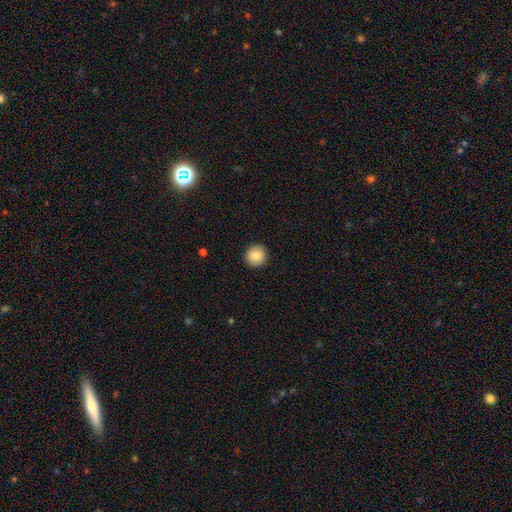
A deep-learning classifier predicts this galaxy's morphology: Q: Smooth or featured?
A: smooth (87%); runner-up: star or artifact (8%)
Q: How rounded?
A: round (94%); runner-up: in between (5%)
Q: Merging?
A: none (93%); runner-up: minor disturbance (5%)